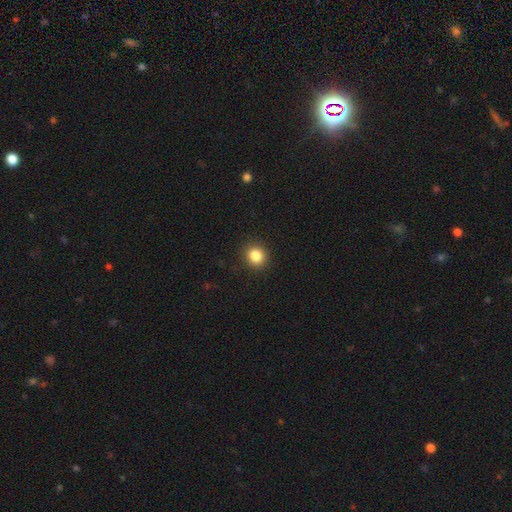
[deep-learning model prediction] Overall: smooth (84%). How rounded: round (82%). Merging: none (91%).